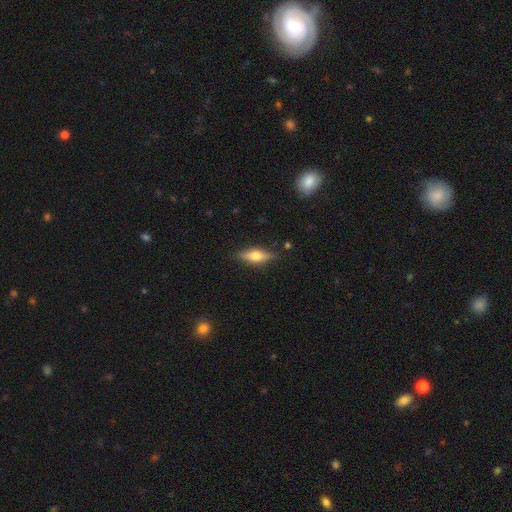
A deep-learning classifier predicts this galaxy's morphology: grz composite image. It shows a featured or disk galaxy (50%). Merging: none (84%).